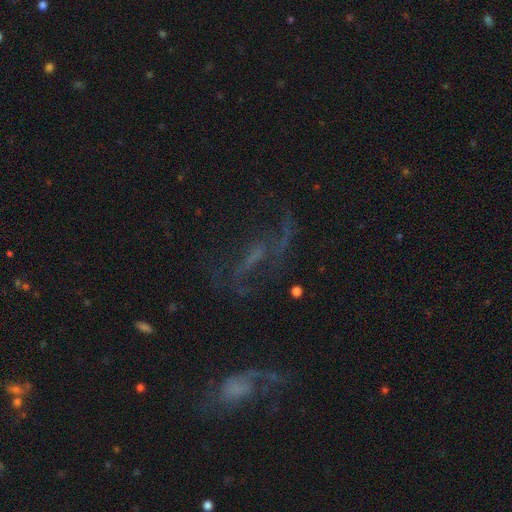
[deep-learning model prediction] A featured or disk galaxy (62%) with no bar (39%), spiral arms (74%) and no central bulge (45%).

Vote fractions:
- Smooth or featured? featured or disk: 62% / star or artifact: 24% / smooth: 14%
- Edge-on disk? no: 88% / yes: 12%
- Bar? no: 39% / weak: 35% / strong: 26%
- Spiral arms? yes: 74% / no: 26%
- Bulge size? none: 45% / small: 34% / moderate: 16% / large: 3% / dominant: 2%
- Merging? none: 45% / major disturbance: 32% / minor disturbance: 15% / merger: 7%